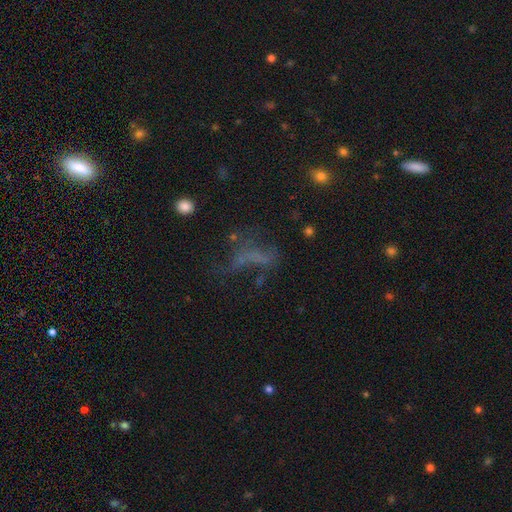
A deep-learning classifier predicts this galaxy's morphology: smooth-or-featured: smooth: 37% | featured or disk: 33% | star or artifact: 31%
  merging: major disturbance: 40% | none: 34% | minor disturbance: 17% | merger: 9%